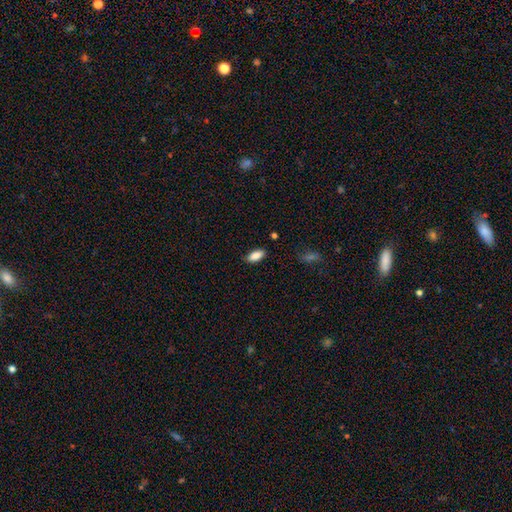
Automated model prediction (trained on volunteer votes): Smooth or featured: smooth — 88% (star or artifact — 7%)
How rounded: in between — 87% (cigar-shaped — 10%)
Merging: none — 85% (minor disturbance — 11%)